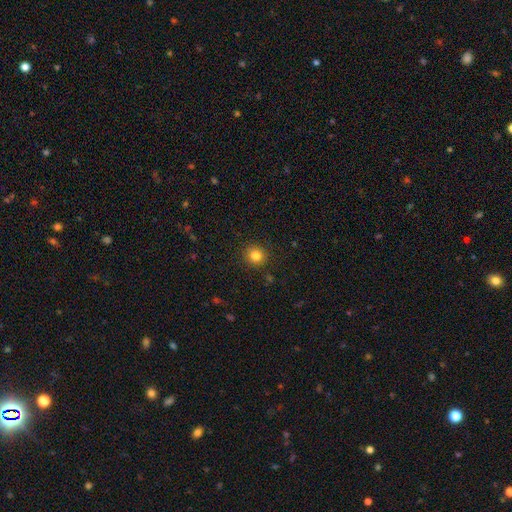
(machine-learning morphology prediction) The model was most divided on "smooth or featured": smooth: 82%, star or artifact: 12%, featured or disk: 6%. More confident: merging — none (91%); how rounded — round (90%).